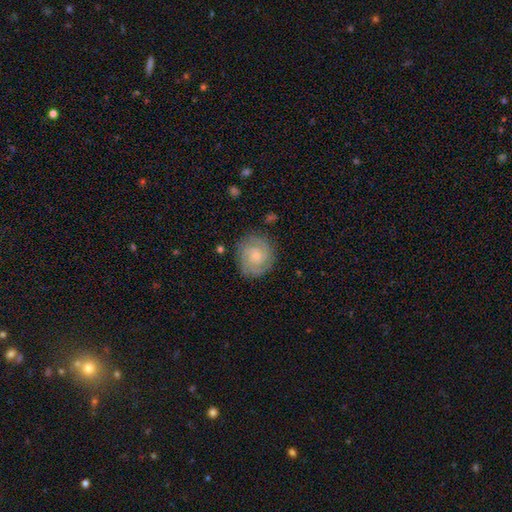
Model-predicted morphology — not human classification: The model was most divided on "spiral arm count": 2: 46%, 3: 22%, can't tell: 19%, 4: 6%, 1: 4%, more than 4: 4%. More confident: edge-on disk — no (98%); spiral arms — yes (95%); merging — none (82%); smooth or featured — featured or disk (76%); bar — no (75%); spiral winding — tight (71%); bulge size — small (70%).